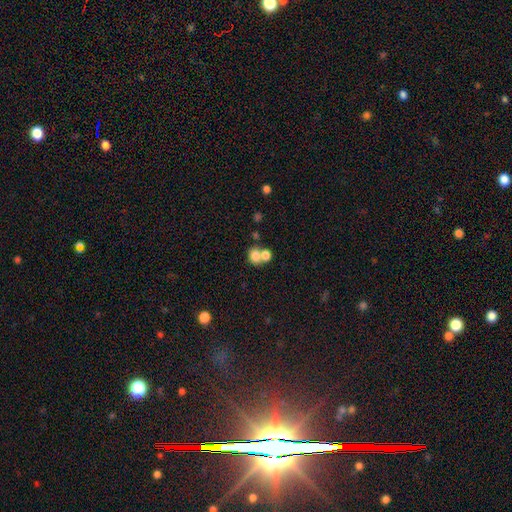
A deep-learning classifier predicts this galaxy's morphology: smooth_or_featured: smooth (p=0.77) [alt: featured or disk p=0.12]
how_rounded: round (p=0.64) [alt: in between p=0.35]
merging: merger (p=0.55) [alt: none p=0.34]